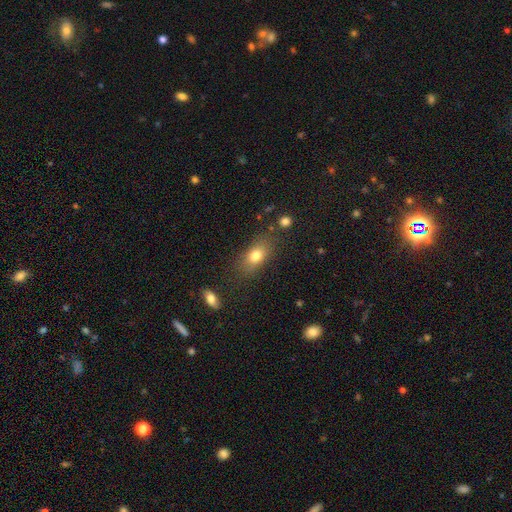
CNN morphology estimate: This appears to be a smooth galaxy with no disk features (77%) that is in between round and cigar-shaped (78%). Merging: none (75%).